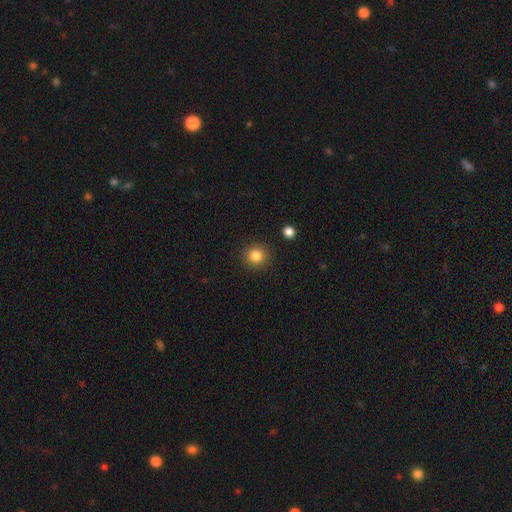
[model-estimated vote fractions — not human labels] Smooth or featured?
  - smooth: 84% *
  - star or artifact: 11%
  - featured or disk: 5%
How rounded?
  - round: 92% *
  - in between: 7%
  - cigar-shaped: 1%
Merging?
  - none: 90% *
  - minor disturbance: 6%
  - major disturbance: 2%
  - merger: 2%